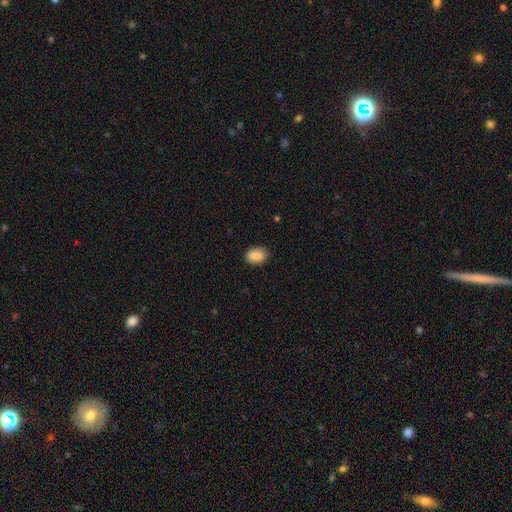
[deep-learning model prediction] A smooth galaxy with no disk features (87%) that is in between round and cigar-shaped (82%).

Vote fractions:
- Smooth or featured? smooth: 87% / star or artifact: 8% / featured or disk: 5%
- How rounded? in between: 82% / round: 16% / cigar-shaped: 2%
- Merging? none: 85% / minor disturbance: 12% / major disturbance: 2% / merger: 1%